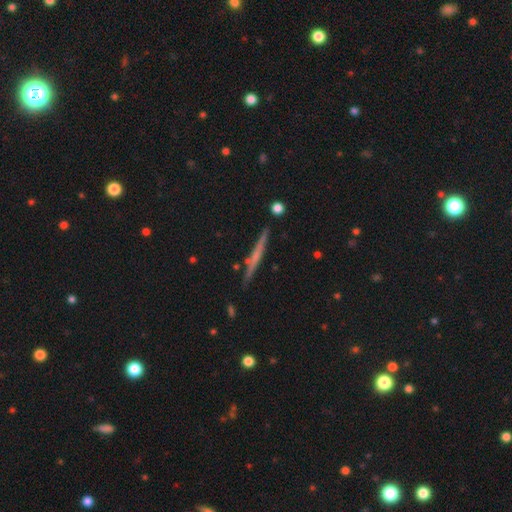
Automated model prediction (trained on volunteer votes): Smooth or featured: featured or disk — 56% (smooth — 38%)
Edge-on disk: yes — 97% (no — 3%)
Edge-on bulge: none — 72% (rounded — 20%)
Merging: none — 87% (minor disturbance — 9%)